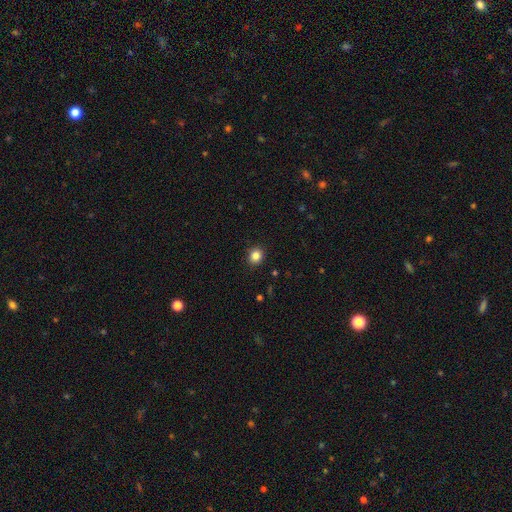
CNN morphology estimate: Q: Smooth or featured?
A: smooth (85%); runner-up: star or artifact (11%)
Q: How rounded?
A: round (82%); runner-up: in between (17%)
Q: Merging?
A: none (91%); runner-up: minor disturbance (6%)